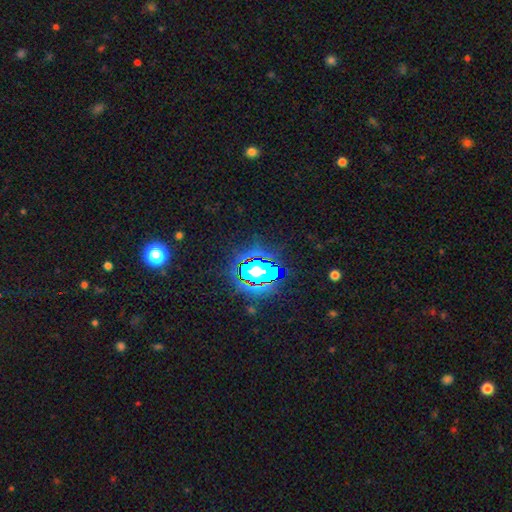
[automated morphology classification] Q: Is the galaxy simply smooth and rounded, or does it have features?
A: star or artifact — 81%.